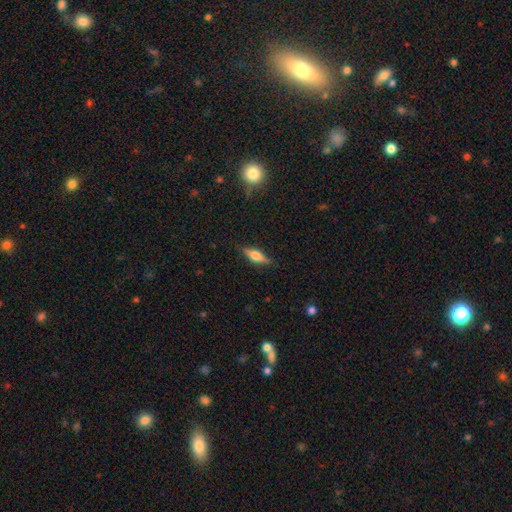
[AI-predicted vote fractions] Smooth or featured?
  - featured or disk: 52% *
  - smooth: 41%
  - star or artifact: 8%
Edge-on disk?
  - yes: 94% *
  - no: 6%
Merging?
  - none: 85% *
  - minor disturbance: 11%
  - major disturbance: 3%
  - merger: 1%